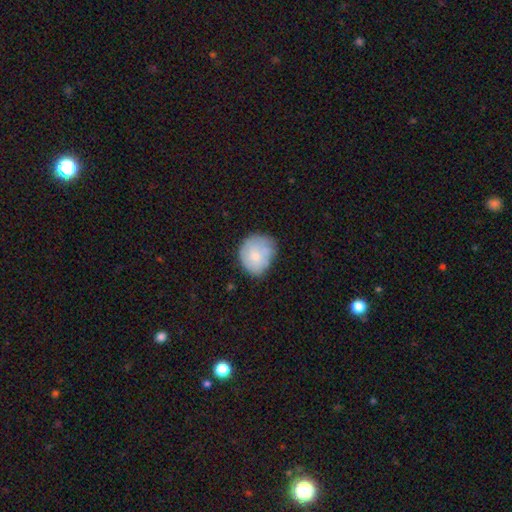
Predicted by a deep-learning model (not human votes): Smooth or featured? Predicted: smooth (p=0.65). How rounded? Predicted: round (p=0.72). Merging? Predicted: none (p=0.59).